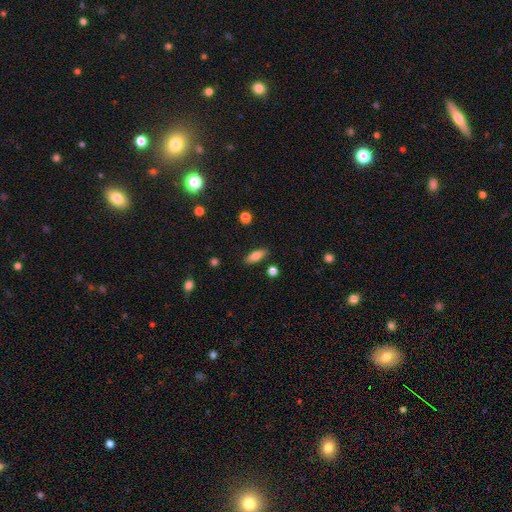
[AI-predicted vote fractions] The model was most divided on "how rounded": in between: 68%, cigar-shaped: 29%, round: 3%. More confident: merging — none (86%); smooth or featured — smooth (80%).